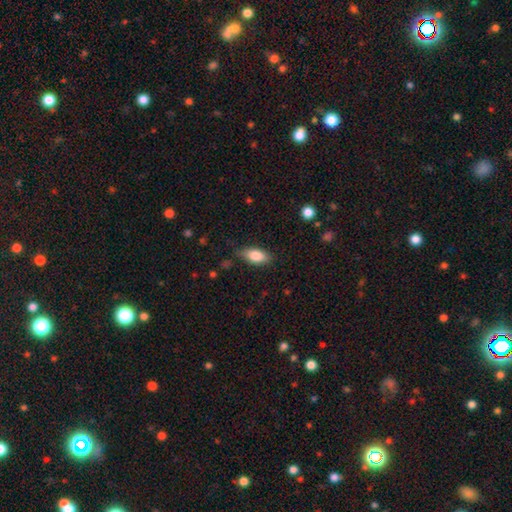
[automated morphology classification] type=smooth (82%); roundness=in between (87%); merging=none (75%).